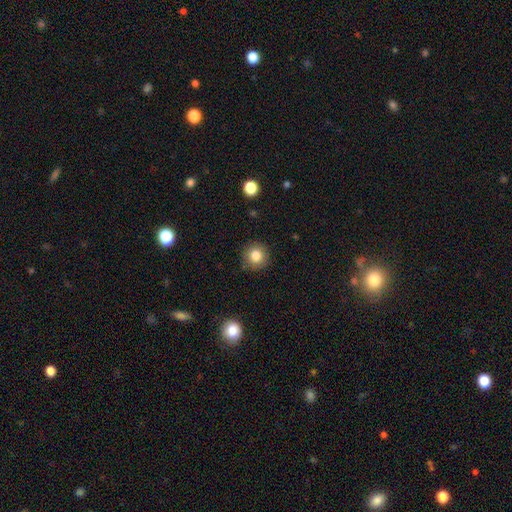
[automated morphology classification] Smooth or featured?
  - smooth: 83% *
  - star or artifact: 10%
  - featured or disk: 7%
How rounded?
  - round: 93% *
  - in between: 6%
  - cigar-shaped: 1%
Merging?
  - none: 88% *
  - minor disturbance: 9%
  - major disturbance: 2%
  - merger: 1%